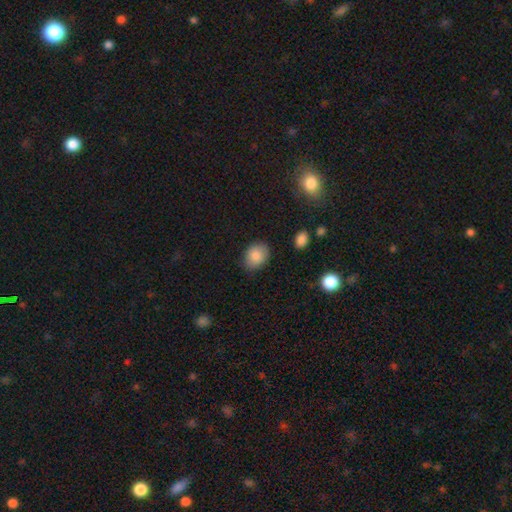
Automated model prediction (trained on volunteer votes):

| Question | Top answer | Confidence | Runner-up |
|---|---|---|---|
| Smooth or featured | smooth | 84% | star or artifact (8%) |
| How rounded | in between | 62% | round (37%) |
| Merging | none | 82% | minor disturbance (14%) |